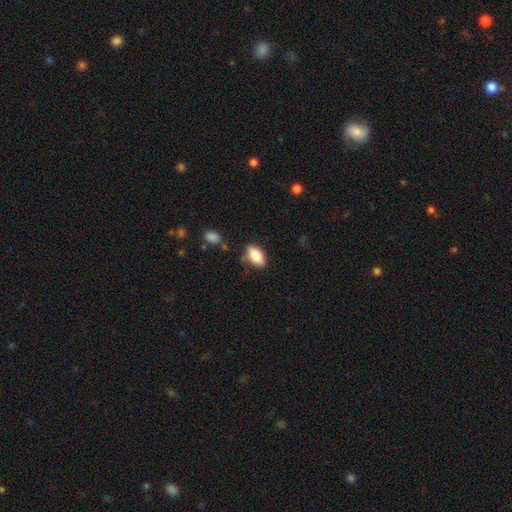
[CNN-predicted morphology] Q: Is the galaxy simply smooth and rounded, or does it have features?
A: smooth — 78%.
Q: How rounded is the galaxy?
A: in between — 88%.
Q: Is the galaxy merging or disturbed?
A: none — 77%.